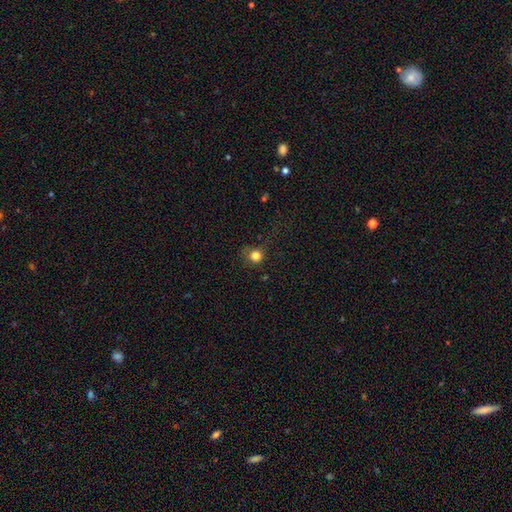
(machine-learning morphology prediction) Q: Smooth or featured?
A: smooth (80%); runner-up: star or artifact (13%)
Q: How rounded?
A: round (89%); runner-up: in between (10%)
Q: Merging?
A: none (66%); runner-up: minor disturbance (20%)